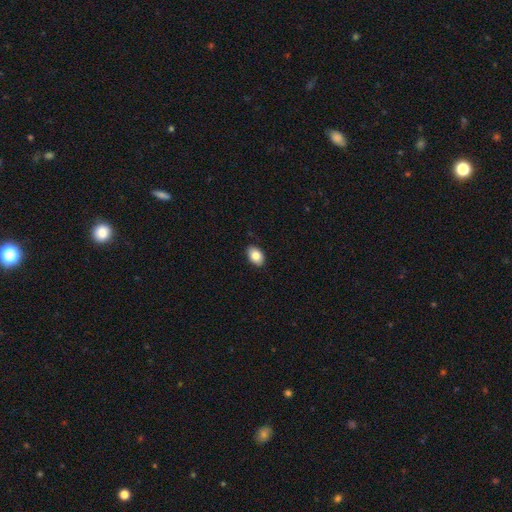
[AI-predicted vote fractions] This appears to be a smooth galaxy with no disk features (83%) that is in between round and cigar-shaped (88%). Merging: none (87%).